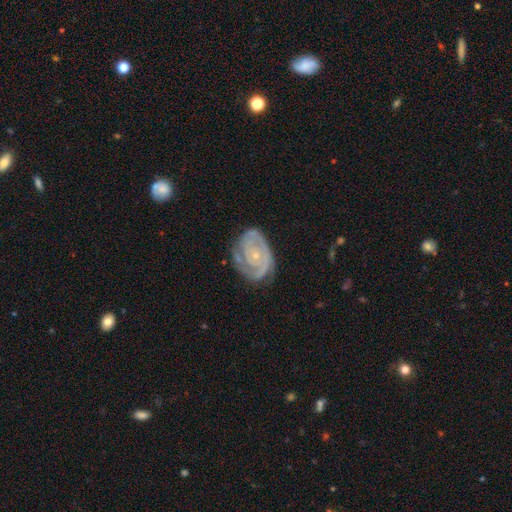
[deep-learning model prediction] featured or disk 85%, smooth 10%, star or artifact 6%. Down the decision tree: edge-on disk — no (97%); bar — no (75%); spiral arms — yes (94%); spiral arm count — 2 (46%); spiral winding — tight (69%); bulge size — small (79%); merging — none (68%).